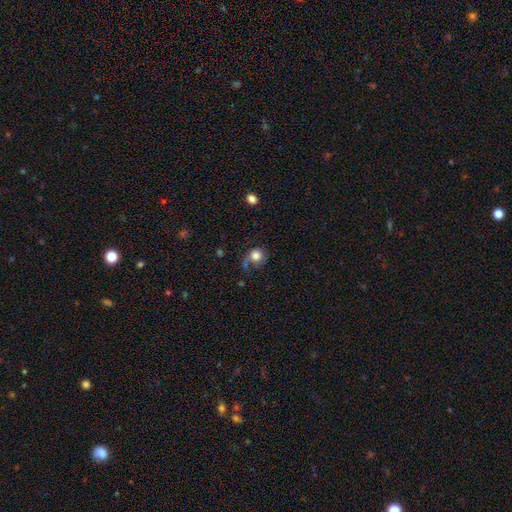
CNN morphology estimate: This is likely a smooth galaxy (74%). How rounded: likely round (78%). Merging: possibly none (47%).